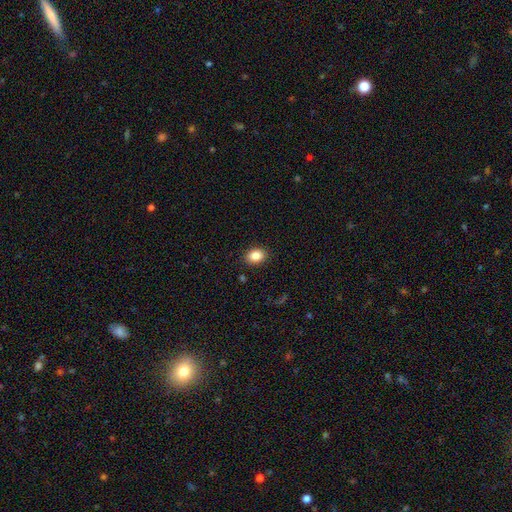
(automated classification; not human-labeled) Smooth or featured? smooth (86%)
How rounded? in between (68%)
Merging? none (89%)